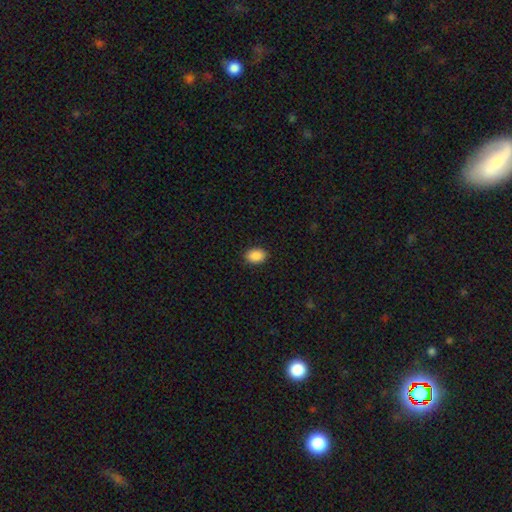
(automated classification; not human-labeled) This is clearly a smooth galaxy (90%). How rounded: likely in between (80%). Merging: clearly none (89%).